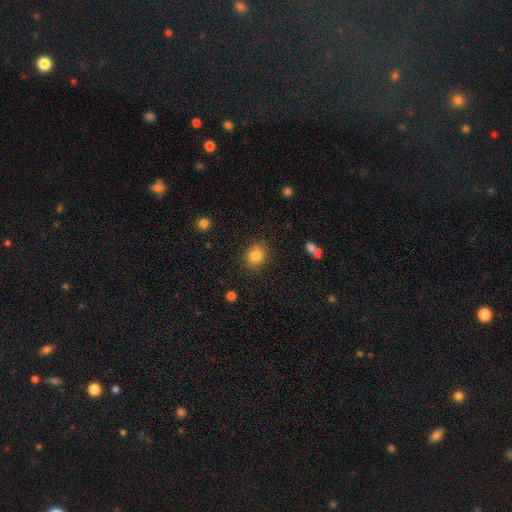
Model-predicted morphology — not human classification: Smooth or featured? smooth (82%)
How rounded? round (75%)
Merging? none (86%)